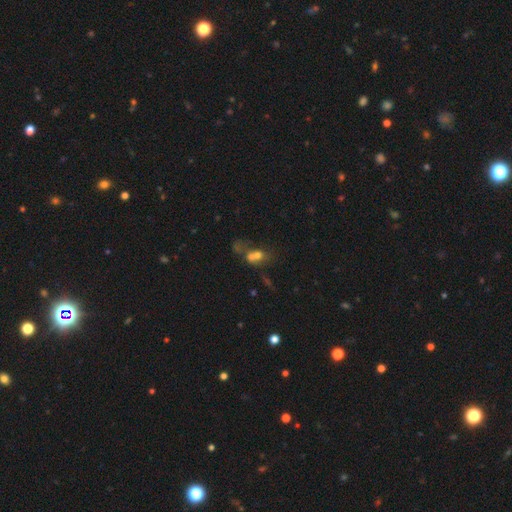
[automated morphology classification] A smooth galaxy with no disk features (56%) that is in between round and cigar-shaped (50%).

Vote fractions:
- Smooth or featured? smooth: 56% / featured or disk: 27% / star or artifact: 17%
- How rounded? in between: 50% / round: 47% / cigar-shaped: 3%
- Merging? merger: 67% / none: 18% / major disturbance: 9% / minor disturbance: 7%